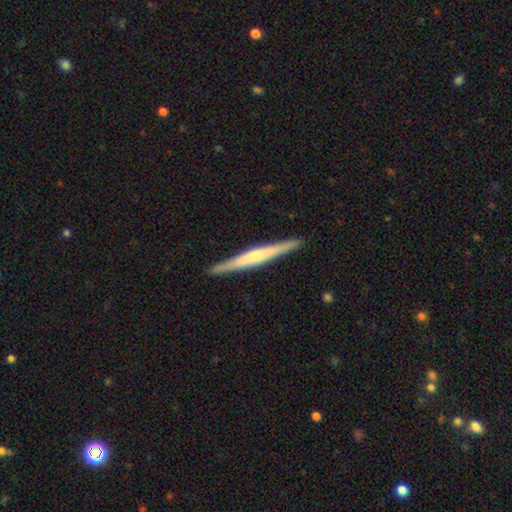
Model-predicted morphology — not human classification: Overall: featured or disk (69%). Edge-on disk: yes (98%). Edge-on bulge: rounded (61%; none 27%). Merging: none (92%).